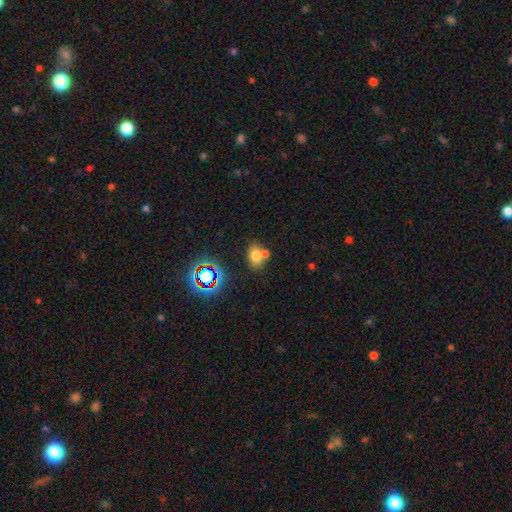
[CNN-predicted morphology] Overall: smooth (70%). How rounded: in between (66%; round 33%). Merging: none (51%; merger 33%).